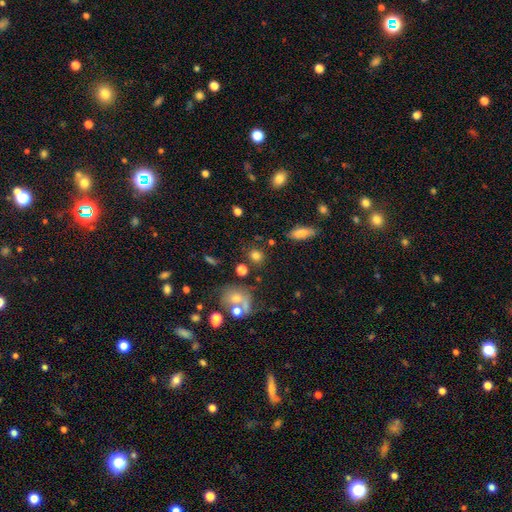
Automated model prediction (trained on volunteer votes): Overall: smooth (77%). How rounded: round (78%). Merging: none (74%).